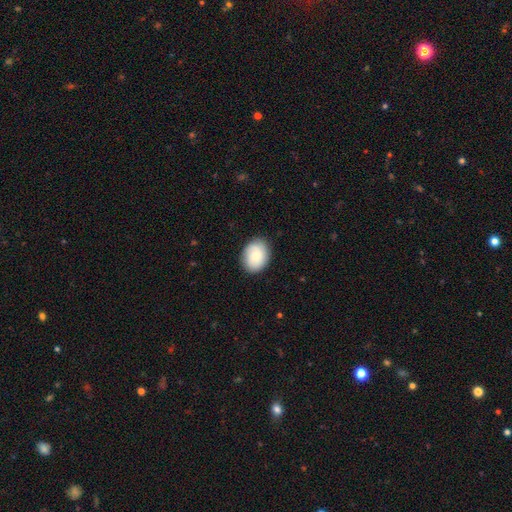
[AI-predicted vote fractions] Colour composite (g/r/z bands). It shows a smooth galaxy with no disk features (73%) that is in between round and cigar-shaped (61%). Merging: none (84%).